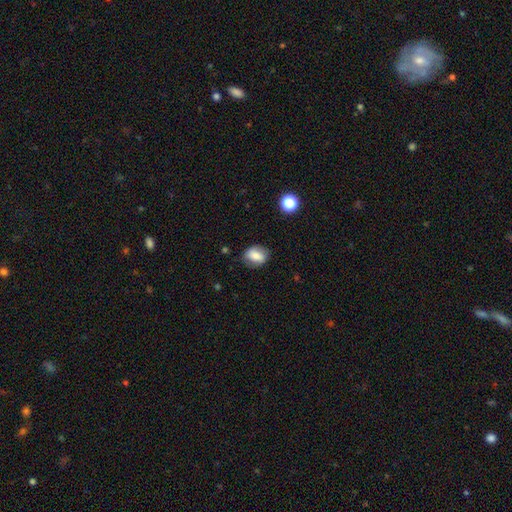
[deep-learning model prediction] Smooth or featured? smooth (68%)
How rounded? in between (61%)
Merging? none (76%)